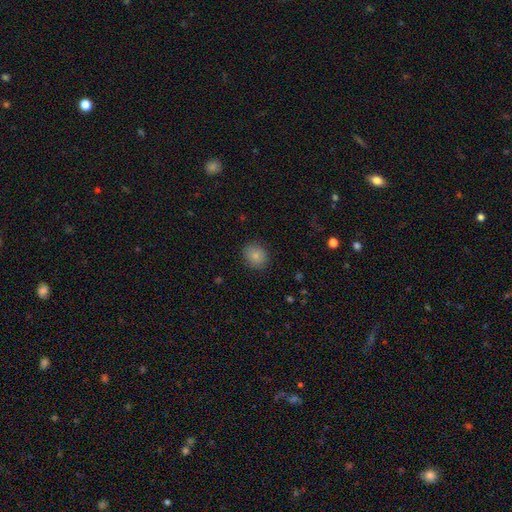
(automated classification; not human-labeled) Overall: smooth (83%). How rounded: round (69%; in between 30%). Merging: none (86%).